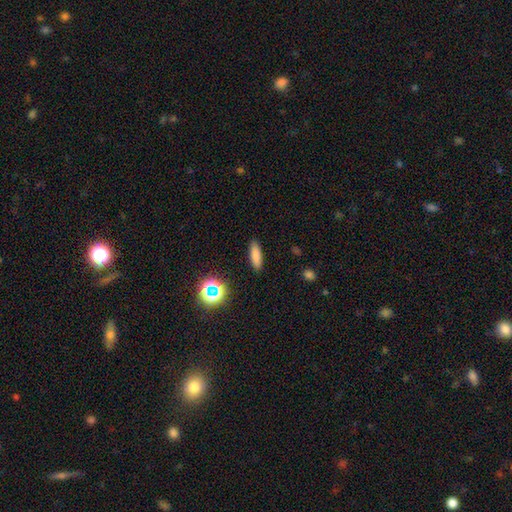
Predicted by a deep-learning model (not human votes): The model was most divided on "how rounded": cigar-shaped: 49%, in between: 48%, round: 3%. More confident: merging — none (89%); smooth or featured — smooth (80%).